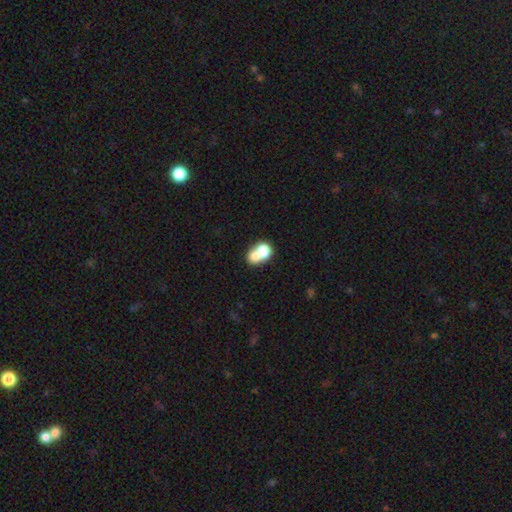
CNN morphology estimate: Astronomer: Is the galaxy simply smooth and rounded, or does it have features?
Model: smooth — 71%.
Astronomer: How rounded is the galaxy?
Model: round — 58% (runner-up: in between, 41%).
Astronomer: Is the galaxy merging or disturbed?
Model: merger — 67%.